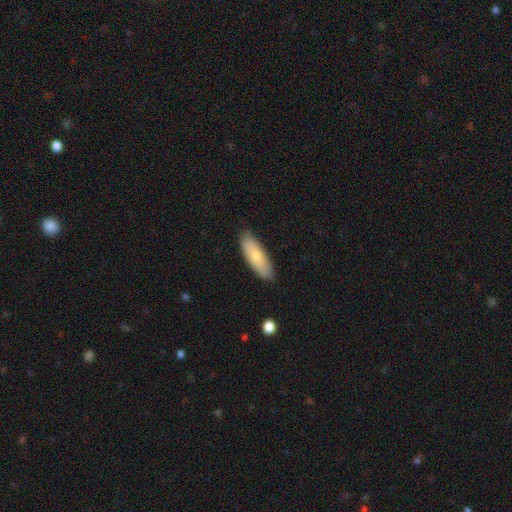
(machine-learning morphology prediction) Smooth or featured?
  - smooth: 72% *
  - featured or disk: 22%
  - star or artifact: 6%
How rounded?
  - in between: 64% *
  - cigar-shaped: 34%
  - round: 2%
Merging?
  - none: 85% *
  - minor disturbance: 12%
  - major disturbance: 2%
  - merger: 1%